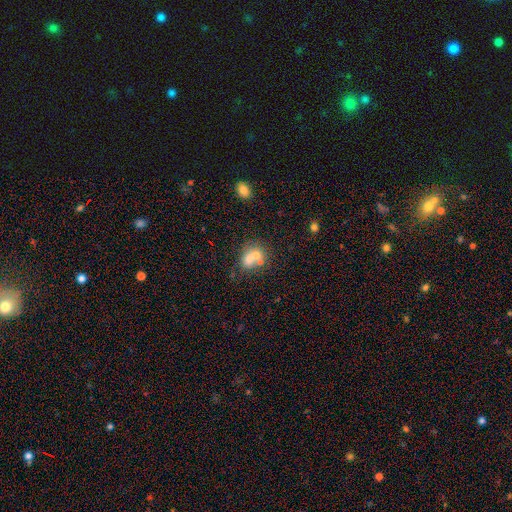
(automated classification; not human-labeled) smooth_or_featured: smooth (p=0.61) [alt: featured or disk p=0.25]
how_rounded: round (p=0.58) [alt: in between p=0.41]
merging: merger (p=0.59) [alt: none p=0.28]